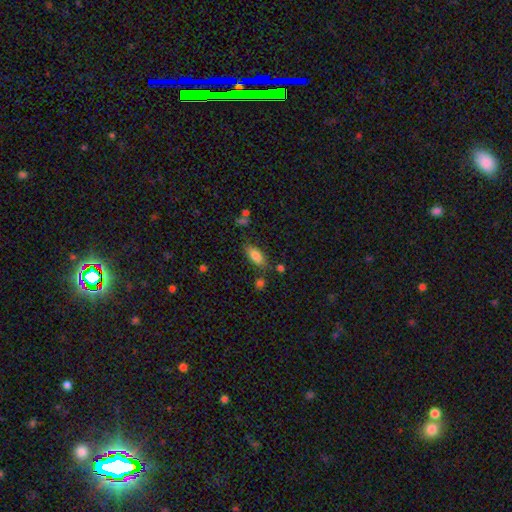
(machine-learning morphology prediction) This is clearly a smooth galaxy (83%). How rounded: clearly in between (85%). Merging: likely none (73%).